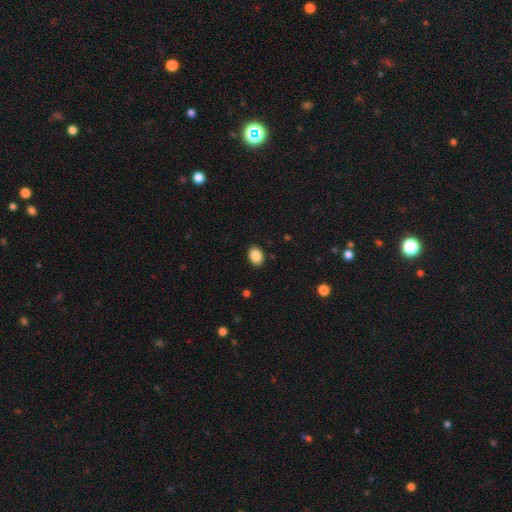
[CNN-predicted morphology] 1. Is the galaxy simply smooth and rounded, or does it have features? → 88% smooth, 8% star or artifact, 4% featured or disk.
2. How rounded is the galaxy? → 68% in between, 31% round, 1% cigar-shaped.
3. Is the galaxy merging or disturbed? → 90% none, 7% minor disturbance, 2% major disturbance, 1% merger.